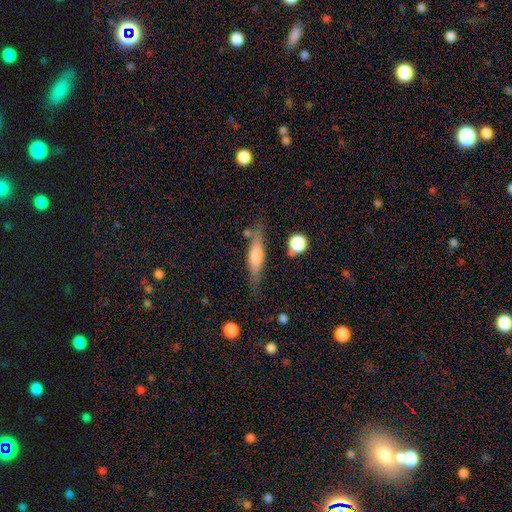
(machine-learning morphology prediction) Smooth or featured?
  - featured or disk: 50% *
  - smooth: 42%
  - star or artifact: 8%
Merging?
  - none: 78% *
  - minor disturbance: 15%
  - major disturbance: 4%
  - merger: 3%